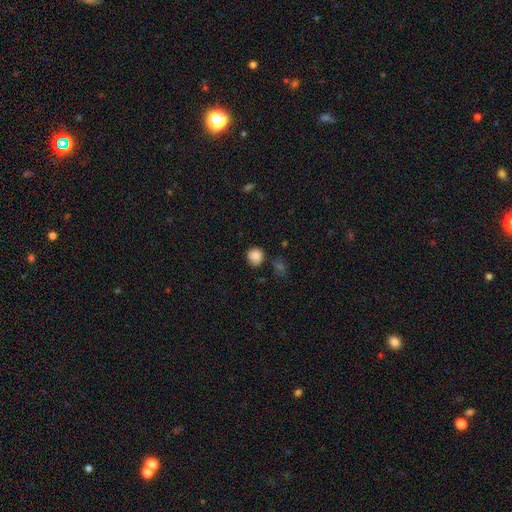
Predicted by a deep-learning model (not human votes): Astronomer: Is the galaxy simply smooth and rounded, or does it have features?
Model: smooth — 84%.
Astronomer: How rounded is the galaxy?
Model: round — 86%.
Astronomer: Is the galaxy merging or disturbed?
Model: none — 70%.